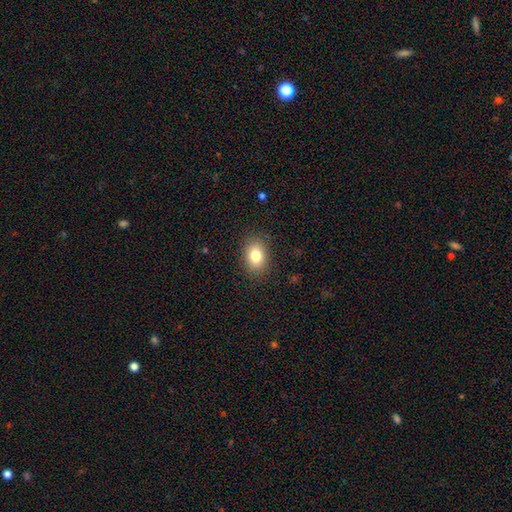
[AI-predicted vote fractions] Smooth or featured? smooth (82%)
How rounded? in between (76%)
Merging? none (87%)